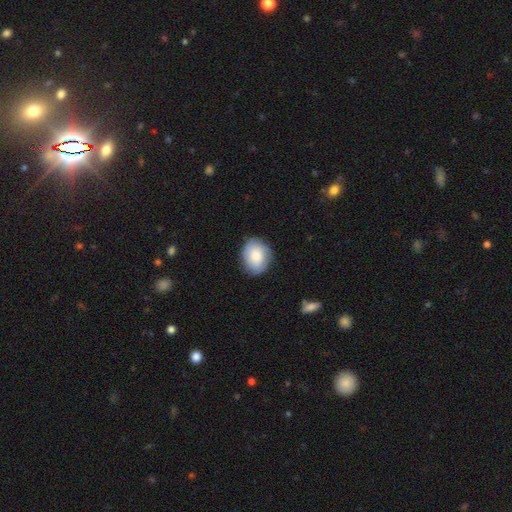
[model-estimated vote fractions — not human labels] Smooth or featured? smooth (79%)
How rounded? in between (54%)
Merging? none (80%)